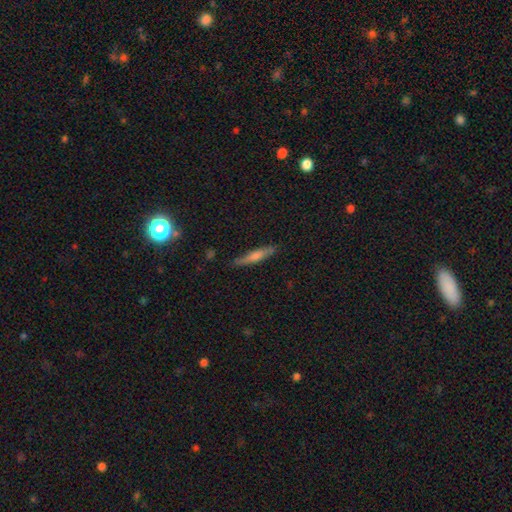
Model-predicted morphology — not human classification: A smooth galaxy with no disk features (48%).

Vote fractions:
- Smooth or featured? smooth: 48% / featured or disk: 44% / star or artifact: 8%
- Merging? none: 85% / minor disturbance: 12% / major disturbance: 2% / merger: 1%